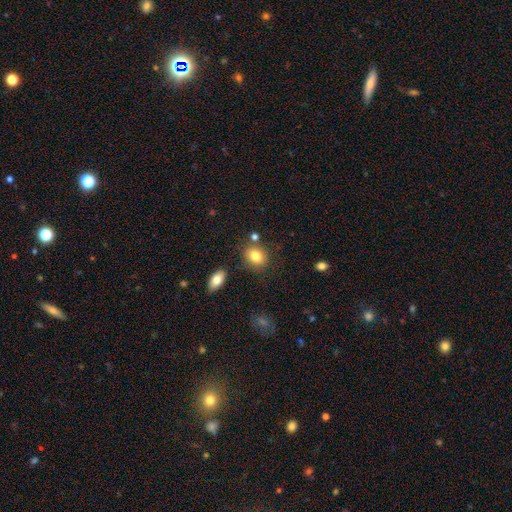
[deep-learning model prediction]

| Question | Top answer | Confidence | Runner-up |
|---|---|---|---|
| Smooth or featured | smooth | 82% | star or artifact (9%) |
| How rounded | round | 50% | in between (49%) |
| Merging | none | 76% | minor disturbance (12%) |